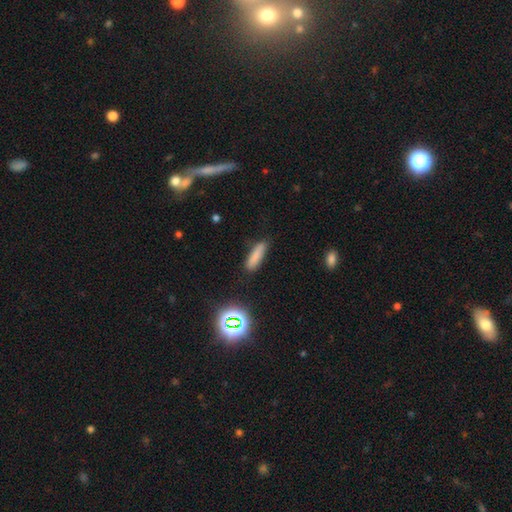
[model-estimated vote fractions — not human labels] Smooth or featured? smooth (80%)
How rounded? cigar-shaped (71%)
Merging? none (83%)